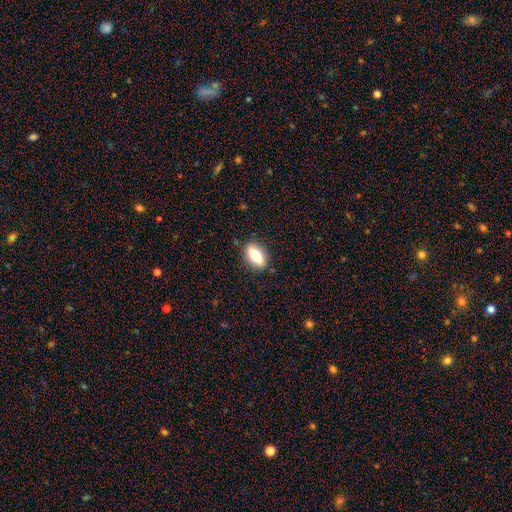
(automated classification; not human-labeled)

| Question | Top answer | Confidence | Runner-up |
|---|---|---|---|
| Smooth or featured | smooth | 70% | featured or disk (23%) |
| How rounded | in between | 82% | cigar-shaped (10%) |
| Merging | none | 86% | minor disturbance (10%) |